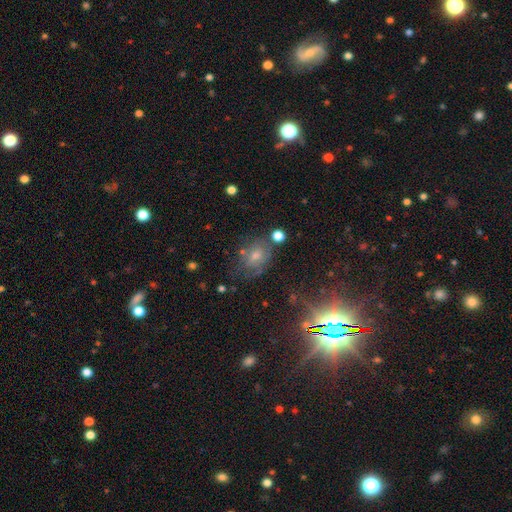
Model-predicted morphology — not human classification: Q: Smooth or featured?
A: star or artifact (40%); runner-up: smooth (30%)